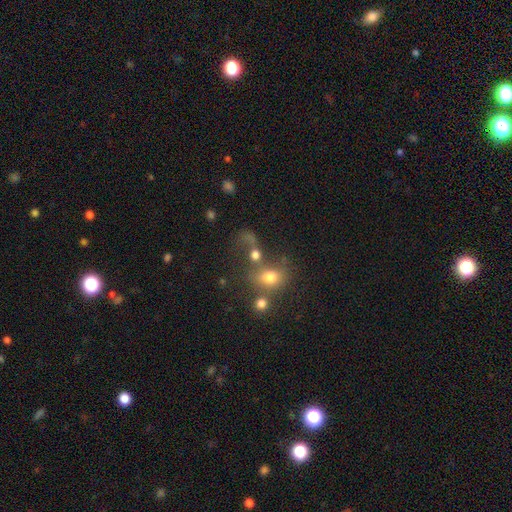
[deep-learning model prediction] Smooth or featured?
  - smooth: 61% *
  - star or artifact: 21%
  - featured or disk: 17%
How rounded?
  - round: 56% *
  - in between: 42%
  - cigar-shaped: 2%
Merging?
  - none: 39% *
  - merger: 32%
  - major disturbance: 15%
  - minor disturbance: 13%